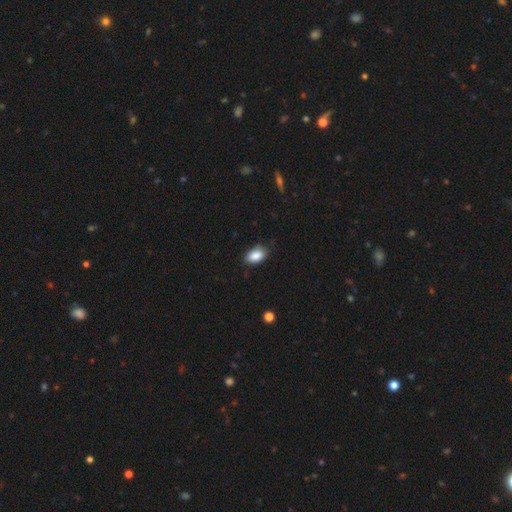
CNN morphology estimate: Smooth or featured? smooth (88%)
How rounded? in between (91%)
Merging? none (81%)